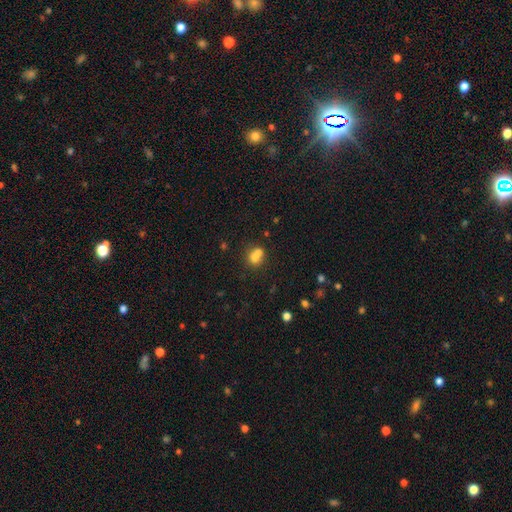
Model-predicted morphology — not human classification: Smooth or featured: smooth — 70% (featured or disk — 16%)
How rounded: round — 71% (in between — 28%)
Merging: merger — 58% (none — 31%)